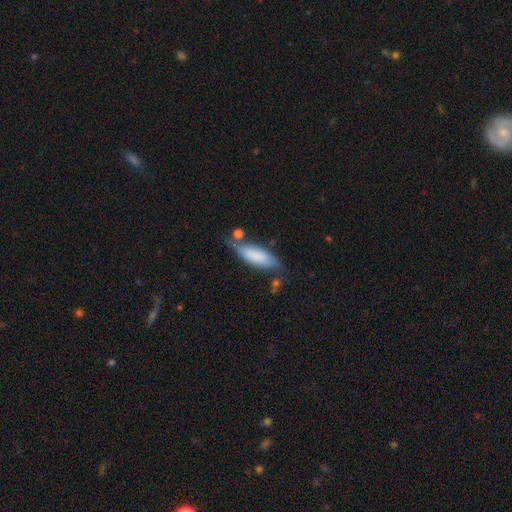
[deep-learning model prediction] This appears to be a smooth galaxy with no disk features (78%) that is in between round and cigar-shaped (58%). Merging: none (58%).